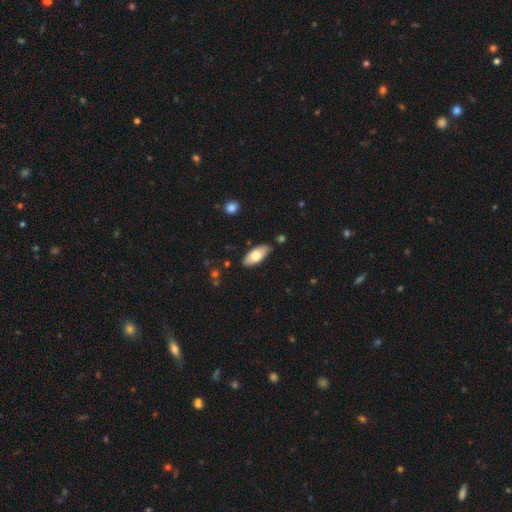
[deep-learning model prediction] Smooth or featured?
  - smooth: 71% *
  - featured or disk: 23%
  - star or artifact: 6%
How rounded?
  - in between: 88% *
  - cigar-shaped: 10%
  - round: 2%
Merging?
  - none: 82% *
  - minor disturbance: 14%
  - major disturbance: 2%
  - merger: 2%